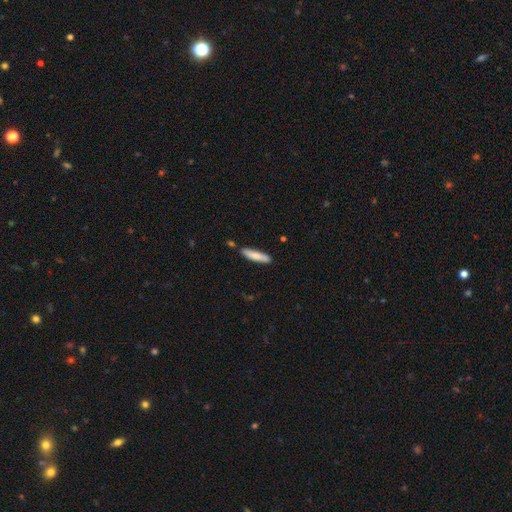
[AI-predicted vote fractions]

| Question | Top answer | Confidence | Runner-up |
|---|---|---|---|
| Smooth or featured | smooth | 79% | featured or disk (16%) |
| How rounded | cigar-shaped | 85% | in between (14%) |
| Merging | none | 83% | minor disturbance (12%) |